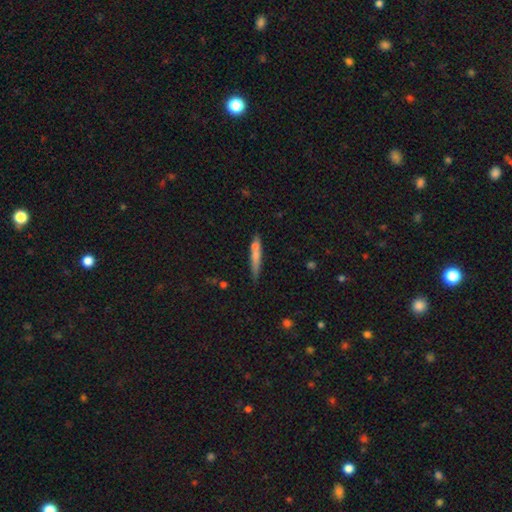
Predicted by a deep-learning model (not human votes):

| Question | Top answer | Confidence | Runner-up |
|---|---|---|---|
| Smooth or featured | smooth | 58% | featured or disk (33%) |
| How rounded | cigar-shaped | 92% | in between (6%) |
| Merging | none | 73% | minor disturbance (15%) |